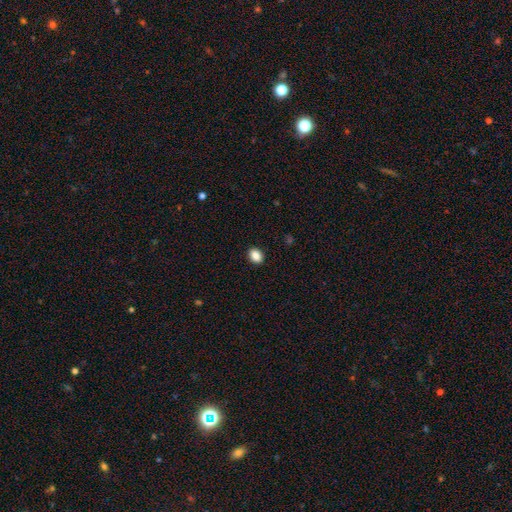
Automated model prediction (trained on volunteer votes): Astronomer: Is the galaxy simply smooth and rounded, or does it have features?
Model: smooth — 88%.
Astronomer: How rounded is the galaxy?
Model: in between — 64%.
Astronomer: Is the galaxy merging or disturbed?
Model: none — 91%.